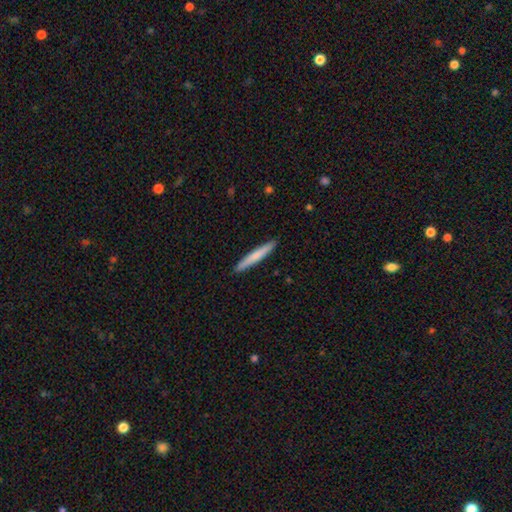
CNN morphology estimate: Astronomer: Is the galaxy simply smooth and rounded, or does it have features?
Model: smooth — 70%.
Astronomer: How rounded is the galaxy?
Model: cigar-shaped — 96%.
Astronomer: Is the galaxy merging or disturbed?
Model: none — 91%.